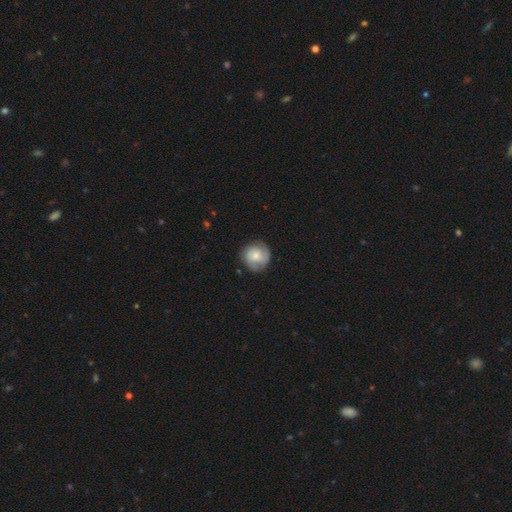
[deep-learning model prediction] smooth 55%, featured or disk 38%, star or artifact 7%. Down the decision tree: how rounded — round (90%); merging — none (77%).